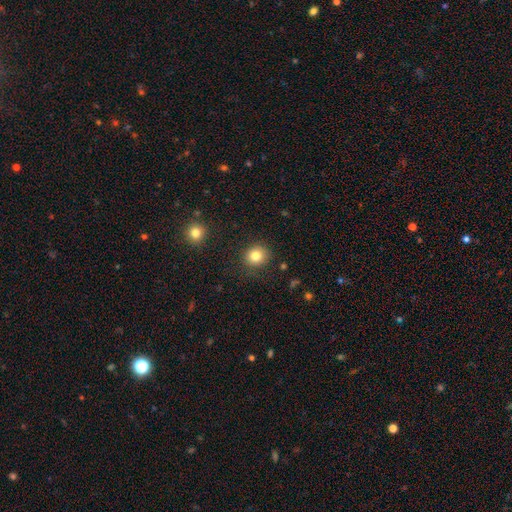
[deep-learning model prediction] This appears to be a smooth galaxy with no disk features (81%) that is round (83%). Merging: none (86%).